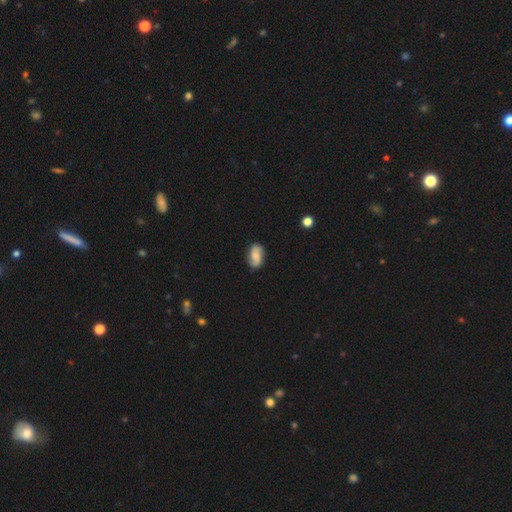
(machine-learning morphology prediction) A smooth galaxy with no disk features (49%). Merging: none (79%).